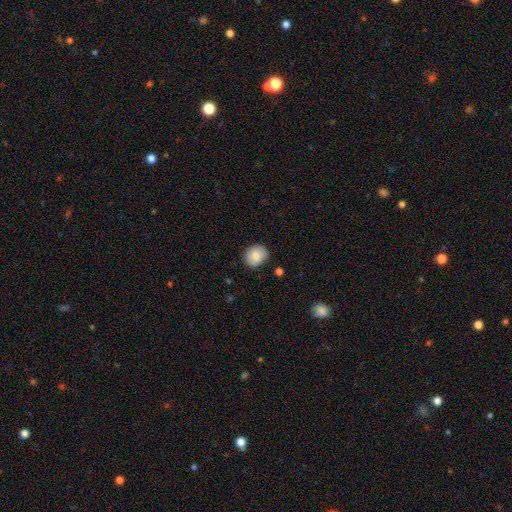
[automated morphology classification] Smooth or featured: smooth — 80% (featured or disk — 12%)
How rounded: round — 71% (in between — 28%)
Merging: none — 83% (minor disturbance — 13%)